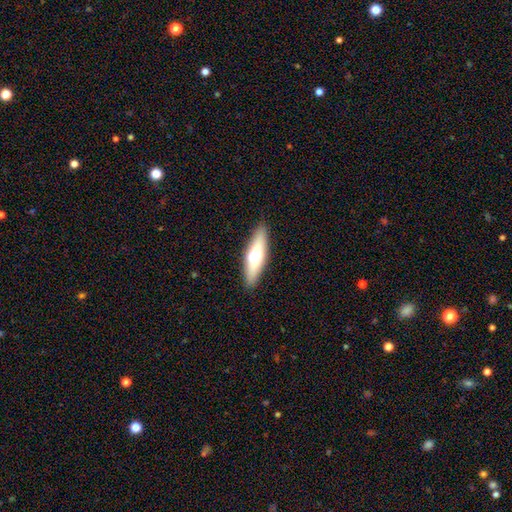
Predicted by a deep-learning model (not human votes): smooth-or-featured: smooth: 54% | featured or disk: 40% | star or artifact: 6%
  how-rounded: cigar-shaped: 61% | in between: 36% | round: 2%
  merging: none: 87% | minor disturbance: 8% | merger: 2% | major disturbance: 2%